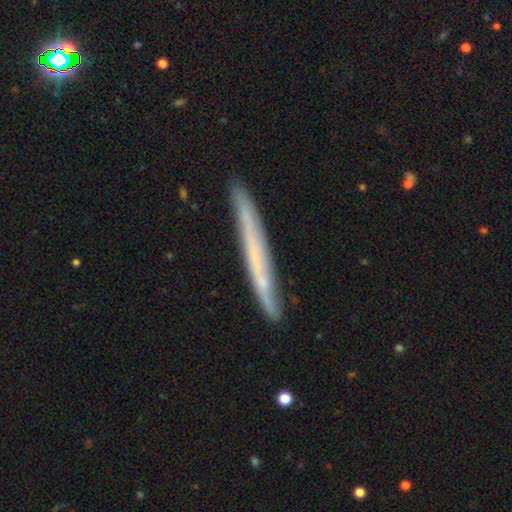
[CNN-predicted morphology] smooth_or_featured: featured or disk (p=0.52) [alt: smooth p=0.41]
disk_edge_on: yes (p=0.92) [alt: no p=0.08]
merging: none (p=0.86) [alt: minor disturbance p=0.11]